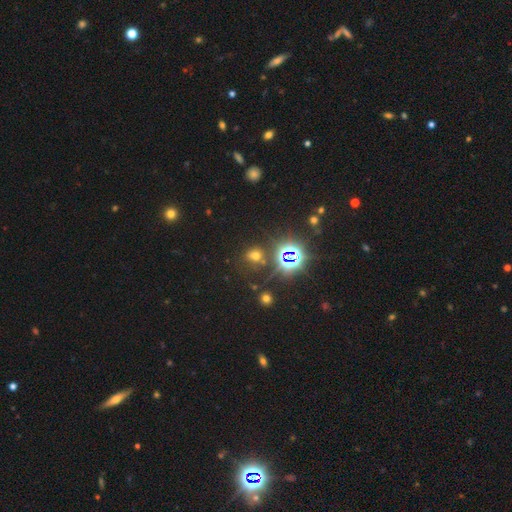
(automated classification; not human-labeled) smooth_or_featured: star or artifact (p=0.50) [alt: smooth p=0.41]